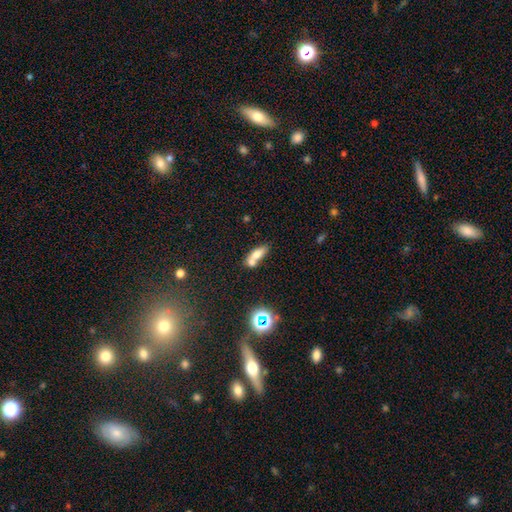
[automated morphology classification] Overall: smooth (67%). How rounded: in between (70%). Merging: merger (55%; none 30%).